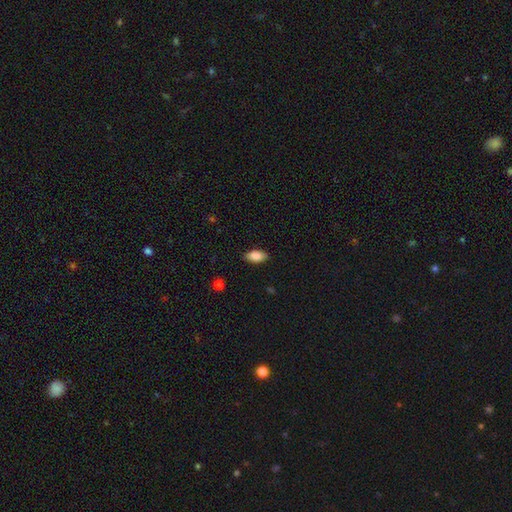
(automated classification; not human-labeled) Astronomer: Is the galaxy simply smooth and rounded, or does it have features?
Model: smooth — 84%.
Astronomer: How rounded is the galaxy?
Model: in between — 92%.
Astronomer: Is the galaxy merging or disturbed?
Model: none — 88%.